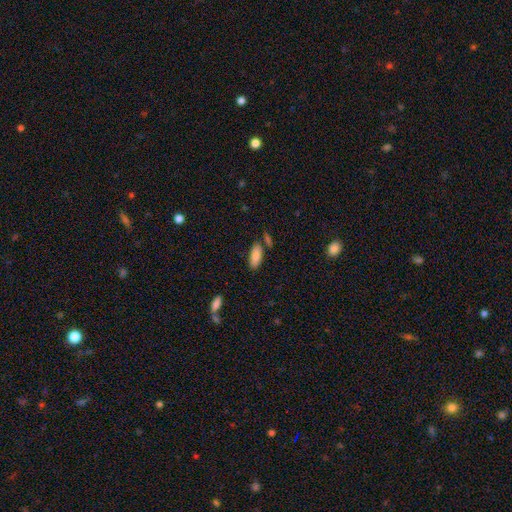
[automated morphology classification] Smooth or featured?
  - smooth: 86% *
  - featured or disk: 8%
  - star or artifact: 7%
How rounded?
  - in between: 80% *
  - cigar-shaped: 18%
  - round: 2%
Merging?
  - none: 75% *
  - minor disturbance: 13%
  - merger: 8%
  - major disturbance: 3%